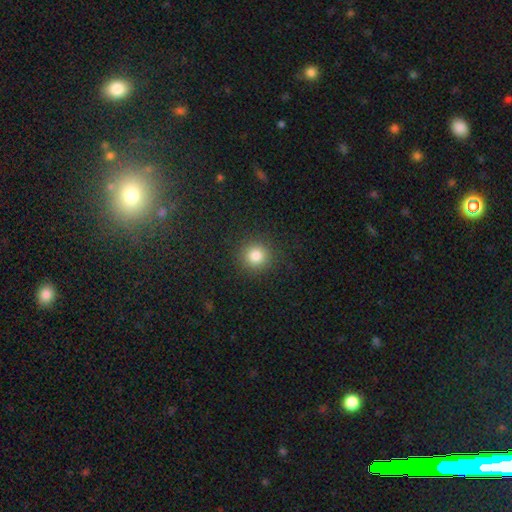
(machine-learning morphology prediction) Smooth or featured: smooth — 83% (star or artifact — 12%)
How rounded: round — 94% (in between — 5%)
Merging: none — 91% (minor disturbance — 6%)